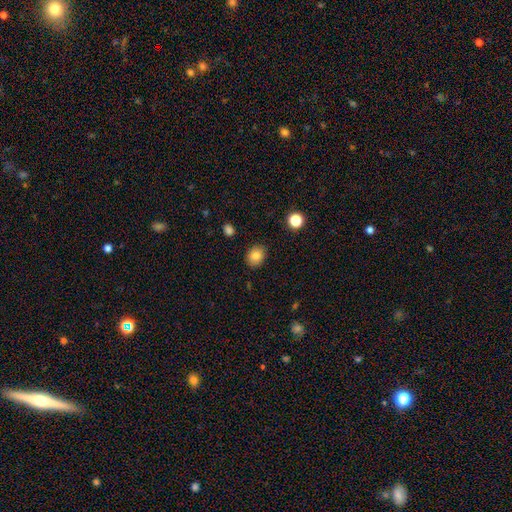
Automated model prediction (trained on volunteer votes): smooth_or_featured: smooth (p=0.82) [alt: star or artifact p=0.10]
how_rounded: round (p=0.56) [alt: in between p=0.43]
merging: none (p=0.87) [alt: minor disturbance p=0.09]